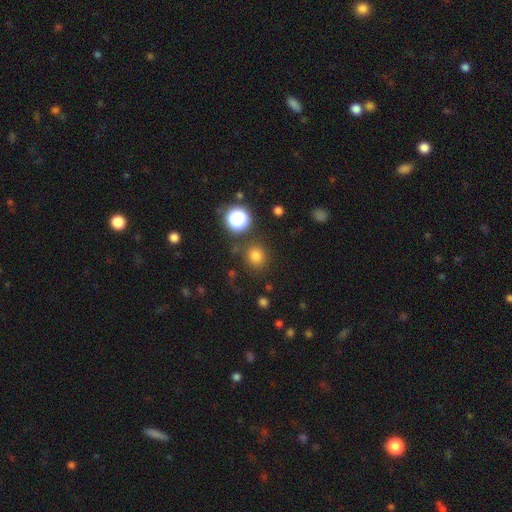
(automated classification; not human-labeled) smooth-or-featured: smooth: 77% | star or artifact: 18% | featured or disk: 5%
  how-rounded: round: 85% | in between: 14% | cigar-shaped: 1%
  merging: none: 83% | minor disturbance: 9% | merger: 4% | major disturbance: 4%